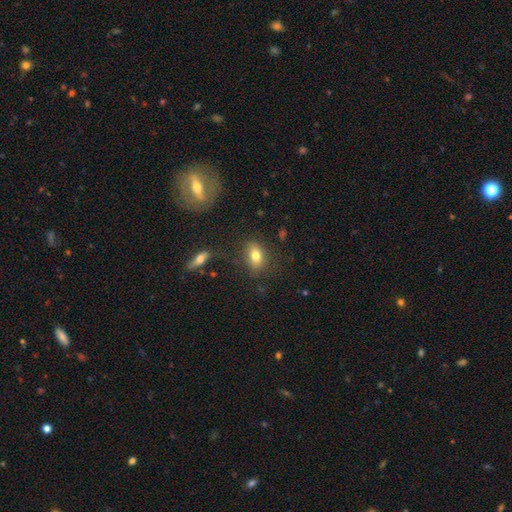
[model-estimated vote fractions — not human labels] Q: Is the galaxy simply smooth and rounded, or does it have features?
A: smooth — 77%.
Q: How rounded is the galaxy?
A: in between — 81%.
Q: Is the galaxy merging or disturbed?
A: none — 78%.